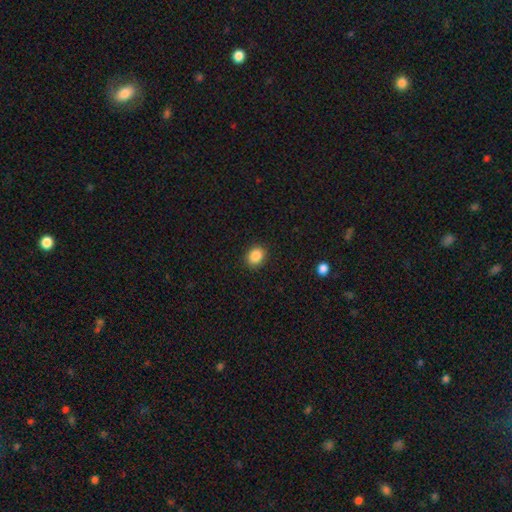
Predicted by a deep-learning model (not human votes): Smooth or featured: smooth — 87% (star or artifact — 9%)
How rounded: round — 56% (in between — 43%)
Merging: none — 90% (minor disturbance — 7%)